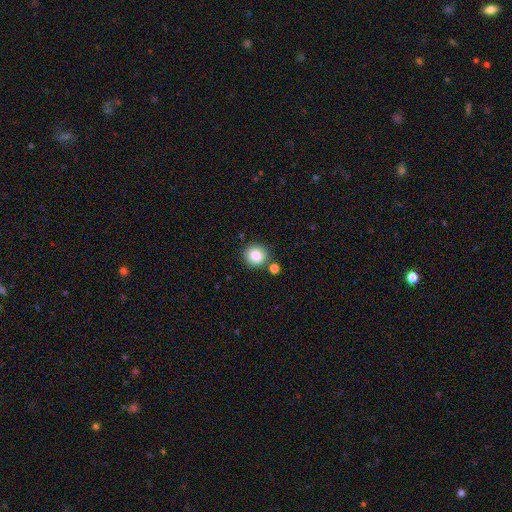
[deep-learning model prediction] smooth-or-featured: smooth: 85% | star or artifact: 10% | featured or disk: 6%
  how-rounded: round: 89% | in between: 10% | cigar-shaped: 1%
  merging: none: 82% | minor disturbance: 8% | merger: 7% | major disturbance: 3%